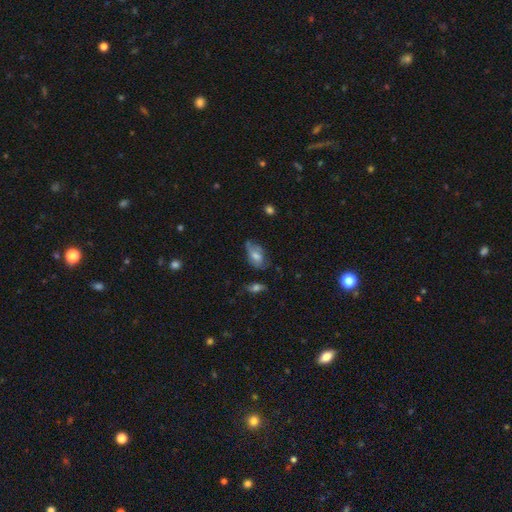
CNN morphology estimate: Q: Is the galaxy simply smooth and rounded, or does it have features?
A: smooth — 56%.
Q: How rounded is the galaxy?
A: in between — 89%.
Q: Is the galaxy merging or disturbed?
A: none — 46%.